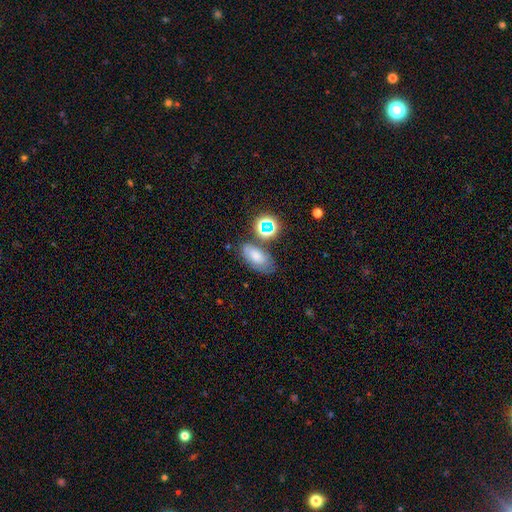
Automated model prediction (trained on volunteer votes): A smooth galaxy with no disk features (64%) that is in between round and cigar-shaped (85%).

Vote fractions:
- Smooth or featured? smooth: 64% / featured or disk: 18% / star or artifact: 18%
- How rounded? in between: 85% / round: 10% / cigar-shaped: 5%
- Merging? none: 62% / minor disturbance: 19% / merger: 12% / major disturbance: 7%